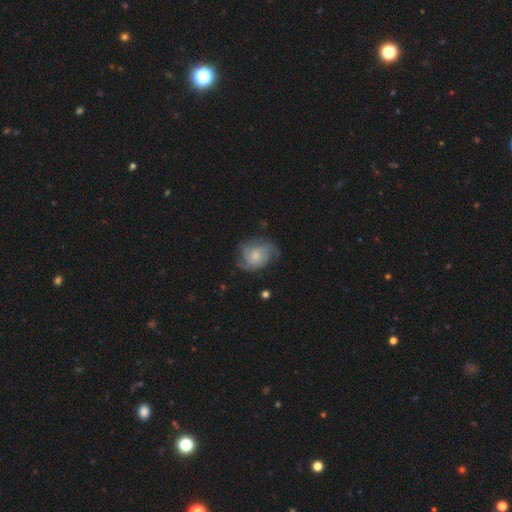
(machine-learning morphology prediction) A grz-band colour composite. It shows a featured or disk galaxy (66%) with no bar (75%), 2 (35%) medium (42%) spiral arms (89%) and a small central bulge (54%). Merging: none (60%).